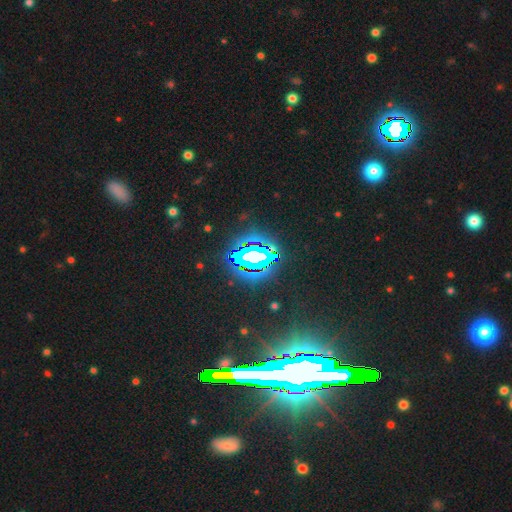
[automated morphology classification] star or artifact 76%, featured or disk 13%, smooth 11%.